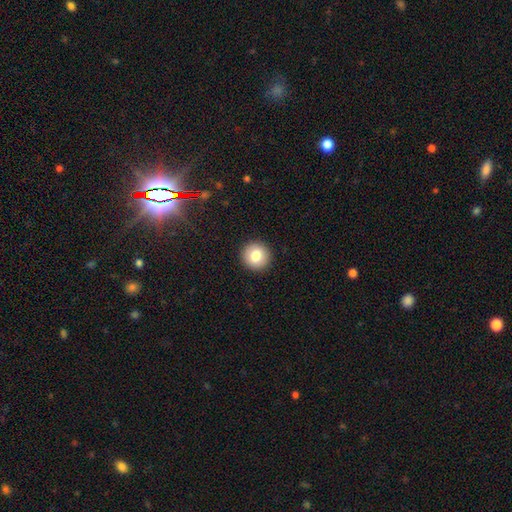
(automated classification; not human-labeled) Morphology: type=smooth (81%); roundness=round (95%); merging=none (93%).